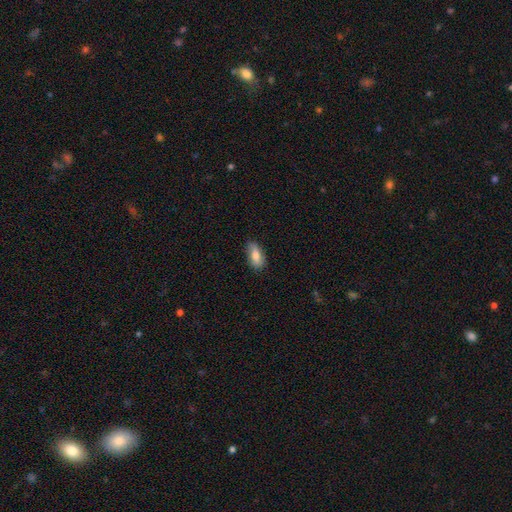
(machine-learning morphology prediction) Q: Smooth or featured?
A: smooth (75%); runner-up: featured or disk (18%)
Q: How rounded?
A: in between (86%); runner-up: cigar-shaped (10%)
Q: Merging?
A: none (77%); runner-up: minor disturbance (18%)